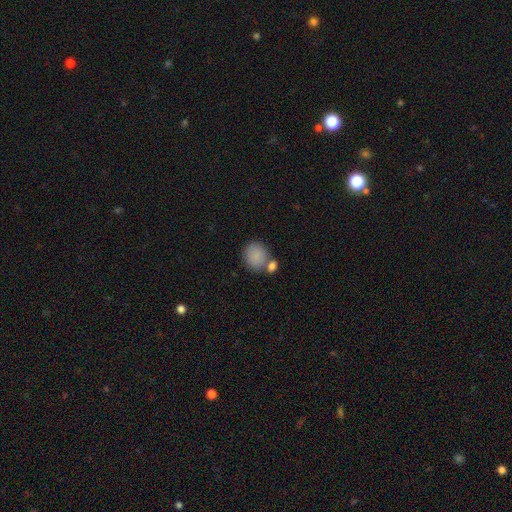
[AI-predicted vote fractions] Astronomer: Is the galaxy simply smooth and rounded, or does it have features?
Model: smooth — 86%.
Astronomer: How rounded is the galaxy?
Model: round — 69%.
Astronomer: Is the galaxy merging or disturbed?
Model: none — 58%.